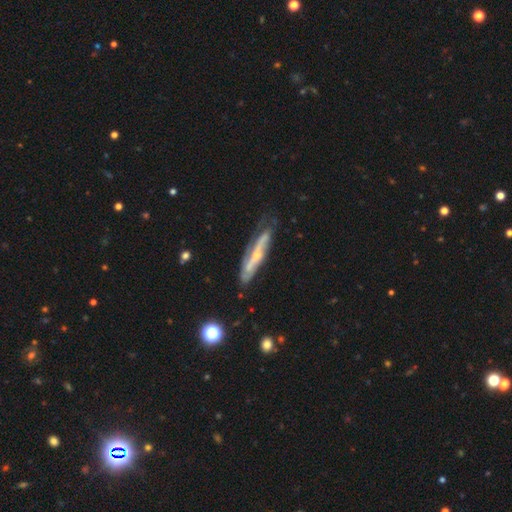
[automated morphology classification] smooth_or_featured: featured or disk (p=0.71) [alt: smooth p=0.23]
disk_edge_on: yes (p=0.59) [alt: no p=0.41]
merging: none (p=0.62) [alt: minor disturbance p=0.25]